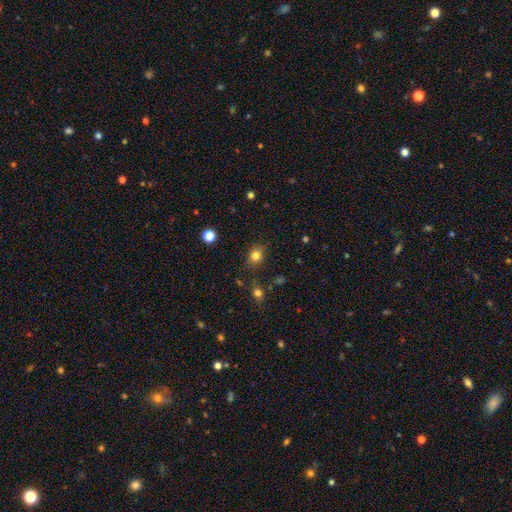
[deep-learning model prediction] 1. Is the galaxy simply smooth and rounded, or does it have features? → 81% smooth, 13% star or artifact, 6% featured or disk.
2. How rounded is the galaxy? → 62% round, 37% in between, 1% cigar-shaped.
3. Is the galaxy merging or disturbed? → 79% none, 14% minor disturbance, 4% major disturbance, 3% merger.